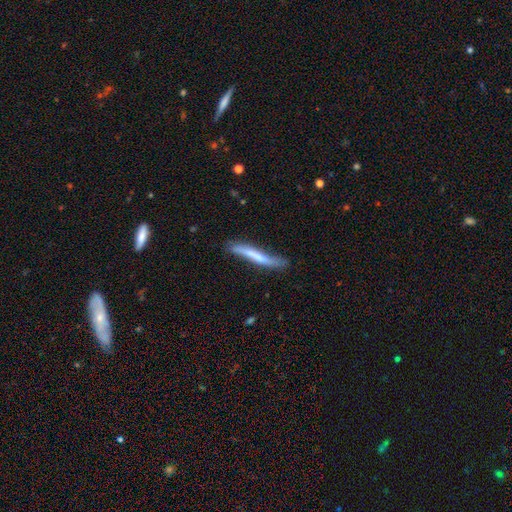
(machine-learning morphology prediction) This appears to be a smooth galaxy with no disk features (51%) that is cigar-shaped (95%). Merging: none (63%).